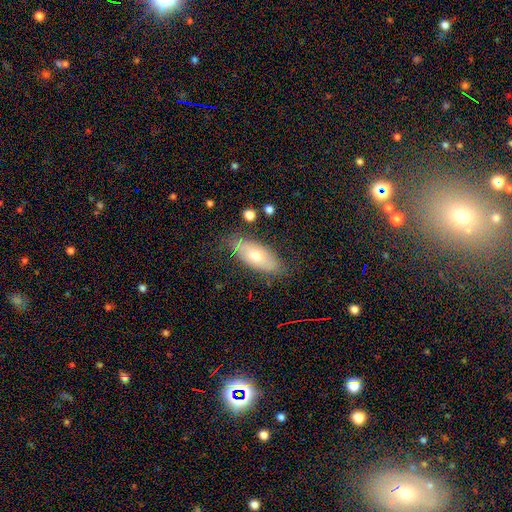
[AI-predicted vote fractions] Morphology: type=smooth (64%); roundness=in between (85%); merging=none (77%).